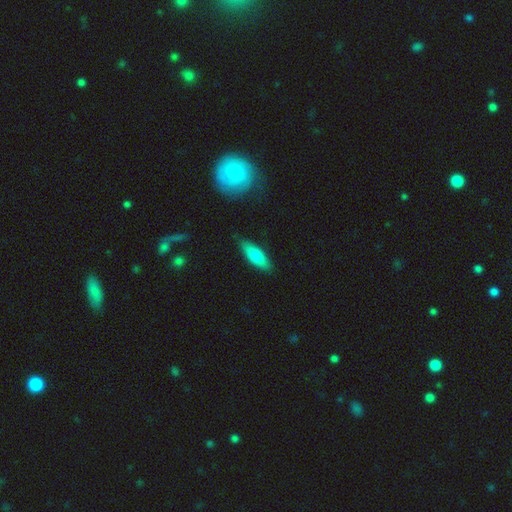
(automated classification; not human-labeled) smooth 77%, featured or disk 17%, star or artifact 6%. Down the decision tree: how rounded — in between (56%); merging — none (83%).